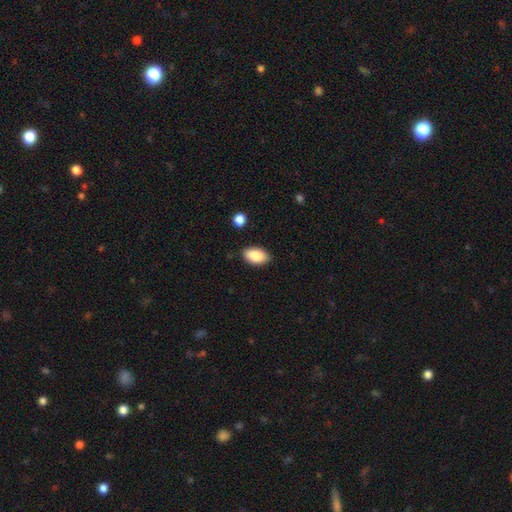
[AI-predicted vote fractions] smooth 85%, featured or disk 8%, star or artifact 7%. Down the decision tree: how rounded — in between (94%); merging — none (86%).